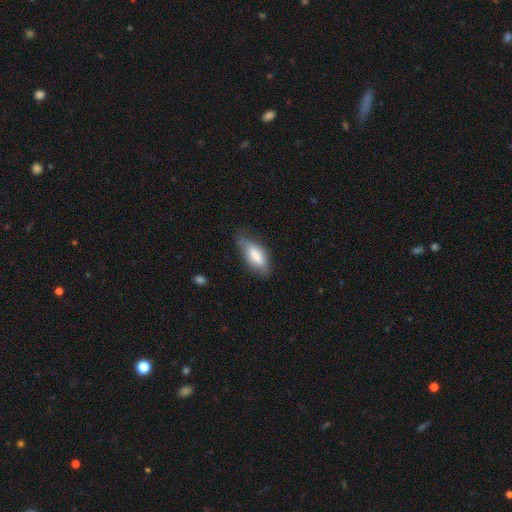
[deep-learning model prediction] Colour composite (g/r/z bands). It shows a smooth galaxy with no disk features (73%) that is in between round and cigar-shaped (70%). Merging: none (65%).